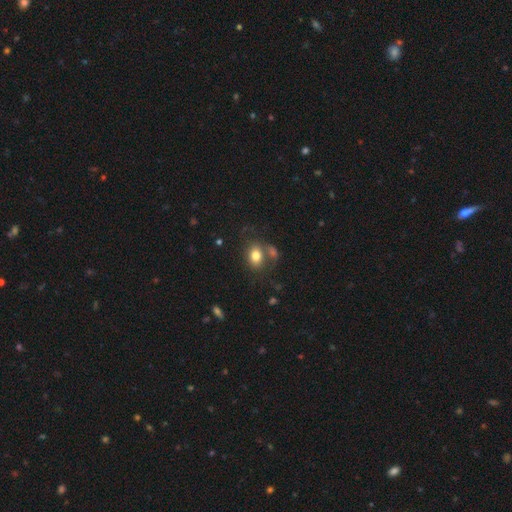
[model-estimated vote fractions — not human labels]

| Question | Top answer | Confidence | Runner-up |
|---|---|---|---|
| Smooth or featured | smooth | 79% | featured or disk (11%) |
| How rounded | in between | 68% | round (31%) |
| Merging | none | 57% | merger (22%) |